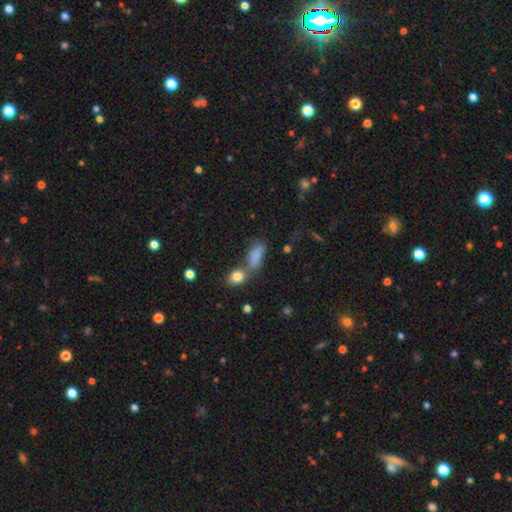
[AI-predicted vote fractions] Morphology: type=smooth (80%); roundness=in between (77%); merging=none (41%).